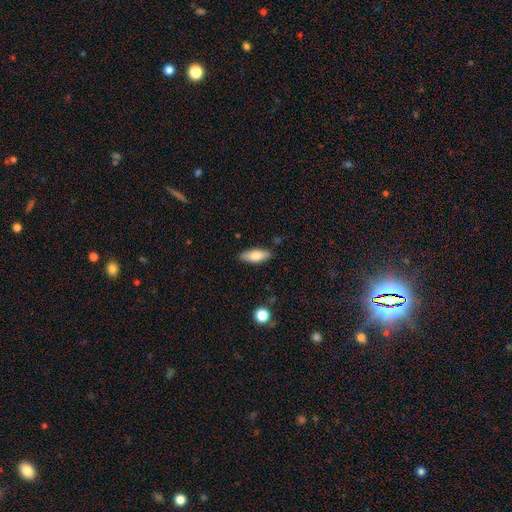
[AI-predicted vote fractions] smooth_or_featured: smooth (p=0.74) [alt: featured or disk p=0.20]
how_rounded: in between (p=0.71) [alt: cigar-shaped p=0.27]
merging: none (p=0.86) [alt: minor disturbance p=0.11]